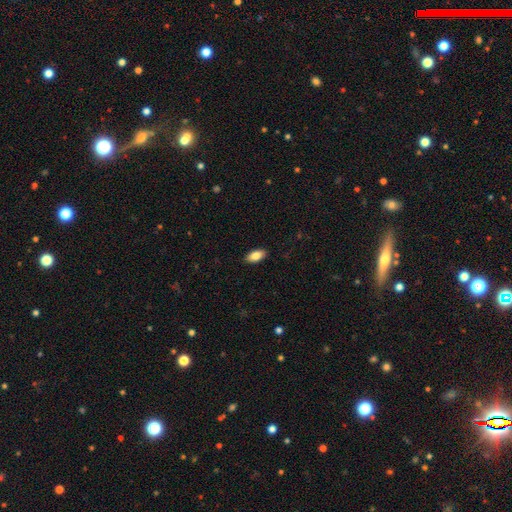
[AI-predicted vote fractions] smooth-or-featured: smooth: 85% | featured or disk: 8% | star or artifact: 7%
  how-rounded: in between: 91% | cigar-shaped: 6% | round: 3%
  merging: none: 89% | minor disturbance: 8% | major disturbance: 2% | merger: 1%